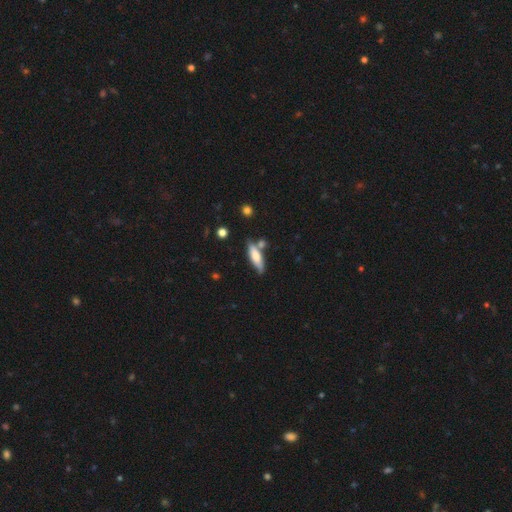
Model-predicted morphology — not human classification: smooth_or_featured: smooth (p=0.63) [alt: featured or disk p=0.30]
how_rounded: cigar-shaped (p=0.60) [alt: in between p=0.38]
merging: none (p=0.69) [alt: minor disturbance p=0.16]